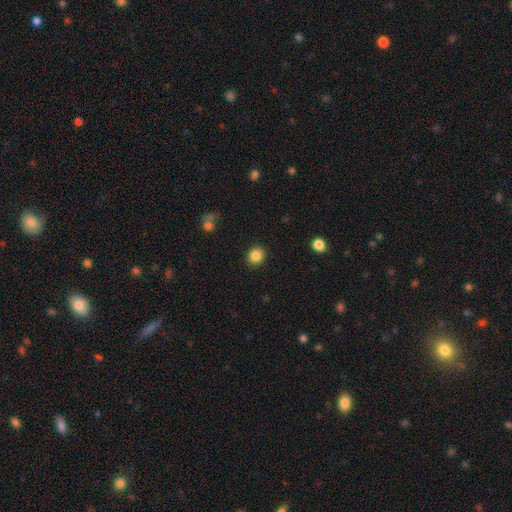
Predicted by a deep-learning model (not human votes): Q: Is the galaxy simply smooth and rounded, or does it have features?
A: smooth — 86%.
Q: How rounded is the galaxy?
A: round — 81%.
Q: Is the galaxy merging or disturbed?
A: none — 91%.